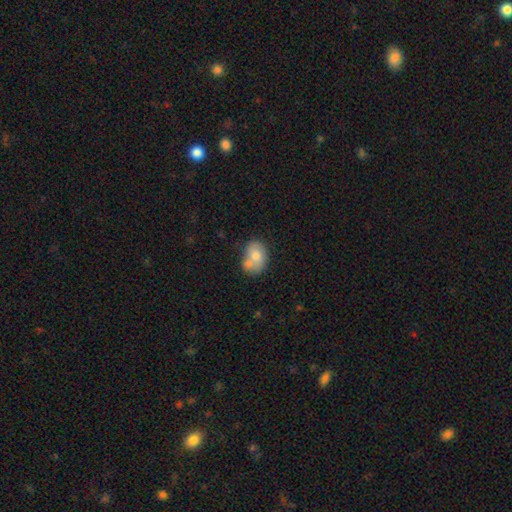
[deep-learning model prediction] smooth_or_featured: smooth (p=0.70) [alt: featured or disk p=0.22]
how_rounded: in between (p=0.70) [alt: round p=0.29]
merging: merger (p=0.42) [alt: none p=0.36]